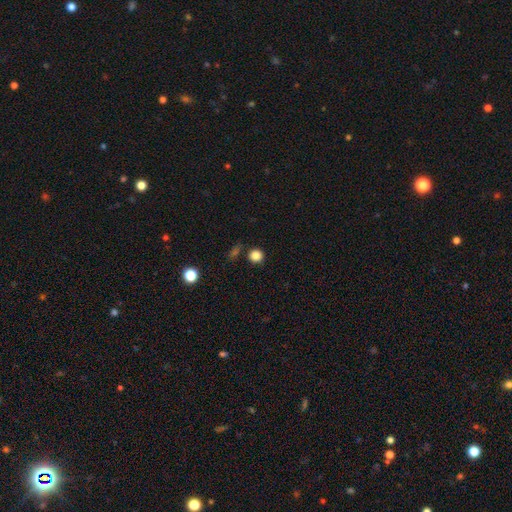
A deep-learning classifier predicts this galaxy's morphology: smooth-or-featured: smooth: 84% | star or artifact: 12% | featured or disk: 4%
  how-rounded: round: 92% | in between: 7% | cigar-shaped: 1%
  merging: none: 84% | minor disturbance: 8% | merger: 5% | major disturbance: 3%